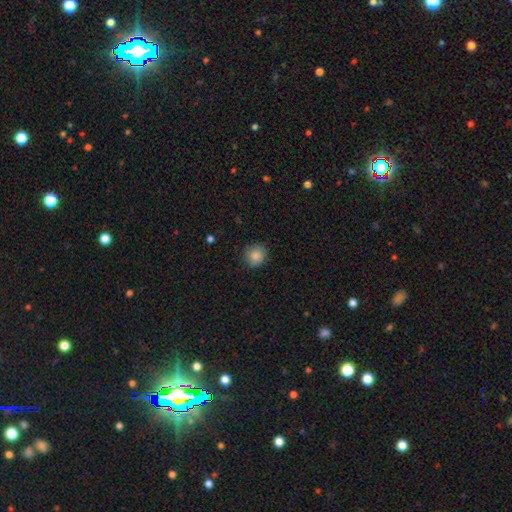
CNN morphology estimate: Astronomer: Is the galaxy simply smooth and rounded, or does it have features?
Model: smooth — 86%.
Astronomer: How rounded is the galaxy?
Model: round — 86%.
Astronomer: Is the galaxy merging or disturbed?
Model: none — 86%.